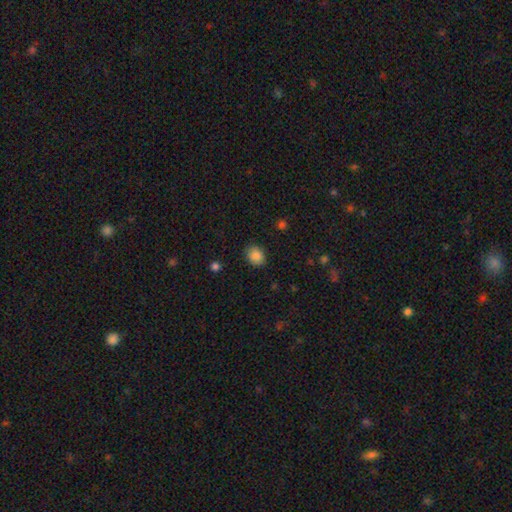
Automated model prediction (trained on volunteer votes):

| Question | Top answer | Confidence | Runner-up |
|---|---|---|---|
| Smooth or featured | smooth | 85% | star or artifact (9%) |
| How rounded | in between | 53% | round (46%) |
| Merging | none | 85% | minor disturbance (12%) |